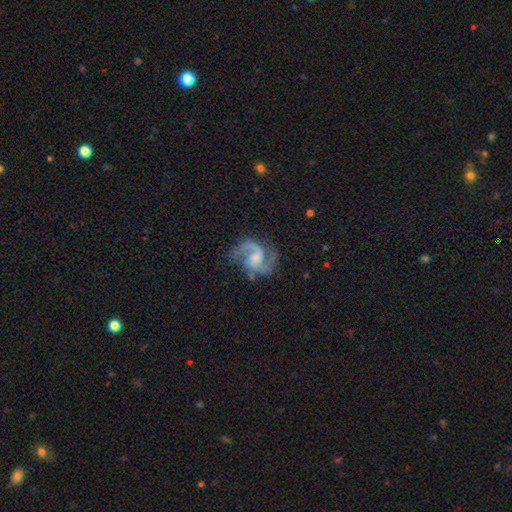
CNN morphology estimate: smooth_or_featured: featured or disk (p=0.91) [alt: star or artifact p=0.05]
disk_edge_on: no (p=0.98) [alt: yes p=0.02]
bar: weak (p=0.48) [alt: no p=0.42]
has_spiral_arms: yes (p=0.98) [alt: no p=0.02]
spiral_winding: medium (p=0.60) [alt: loose p=0.25]
spiral_arm_count: 2 (p=0.91) [alt: 3 p=0.03]
bulge_size: small (p=0.44) [alt: moderate p=0.35]
merging: none (p=0.74) [alt: minor disturbance p=0.17]